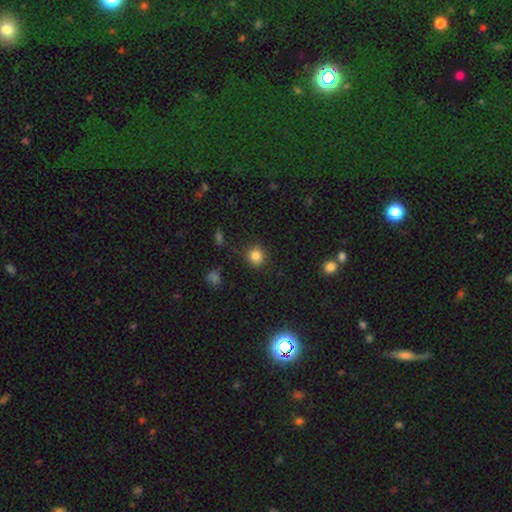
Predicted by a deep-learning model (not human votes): smooth 82%, star or artifact 13%, featured or disk 5%. Down the decision tree: how rounded — round (90%); merging — none (87%).